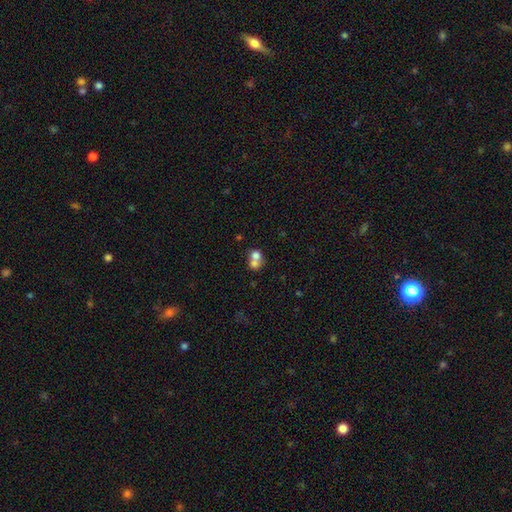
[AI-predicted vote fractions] Smooth or featured? Predicted: smooth (p=0.69). How rounded? Predicted: round (p=0.67). Merging? Predicted: merger (p=0.69).